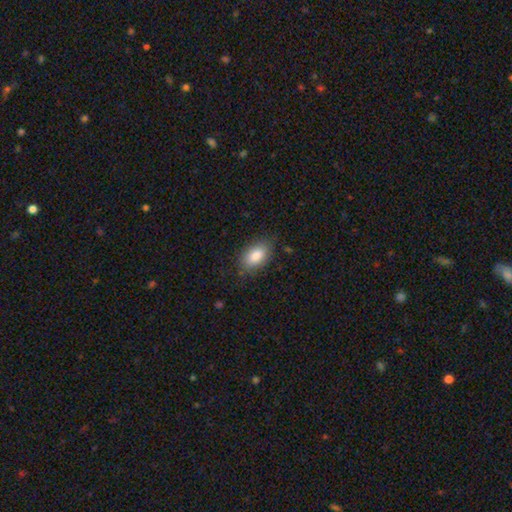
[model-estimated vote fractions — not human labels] Smooth or featured: smooth — 85% (featured or disk — 8%)
How rounded: in between — 92% (round — 5%)
Merging: none — 81% (minor disturbance — 15%)